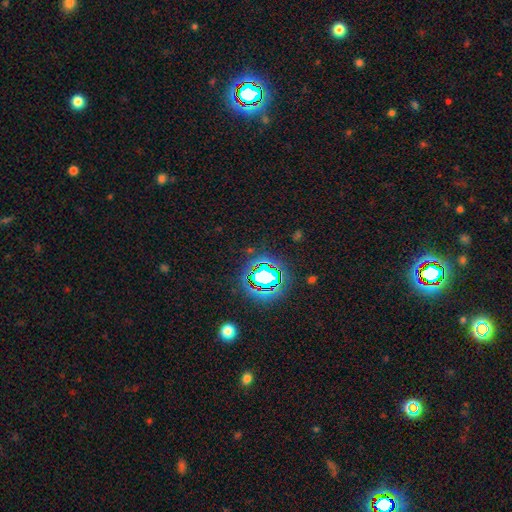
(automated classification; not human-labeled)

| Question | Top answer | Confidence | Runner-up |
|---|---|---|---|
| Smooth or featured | star or artifact | 82% | smooth (11%) |